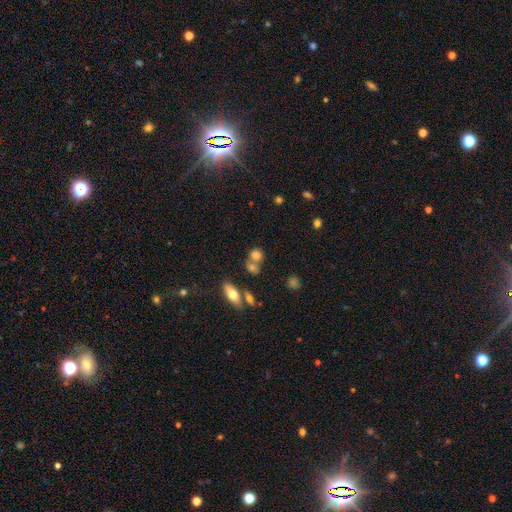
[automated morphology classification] Overall: smooth (75%). How rounded: round (68%; in between 30%). Merging: merger (43%; none 42%).